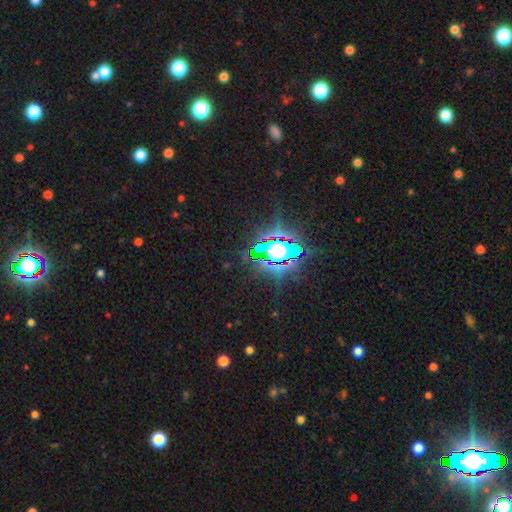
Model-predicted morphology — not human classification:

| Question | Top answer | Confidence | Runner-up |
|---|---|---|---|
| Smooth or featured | star or artifact | 84% | smooth (9%) |